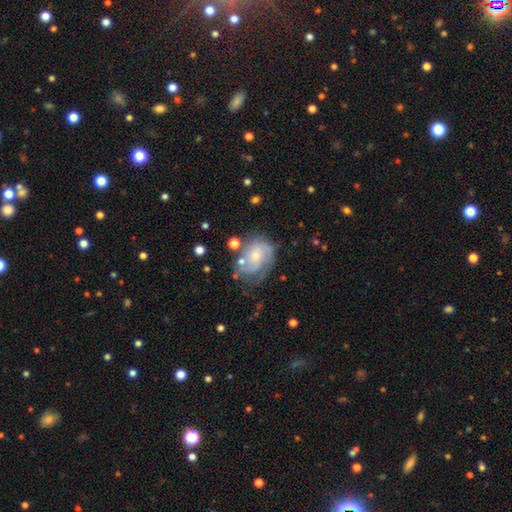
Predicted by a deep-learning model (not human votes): featured or disk 67%, smooth 25%, star or artifact 8%. Down the decision tree: edge-on disk — no (97%); bar — no (72%); spiral arms — yes (82%); spiral arm count — can't tell (40%); spiral winding — tight (47%); bulge size — small (64%); merging — none (48%).